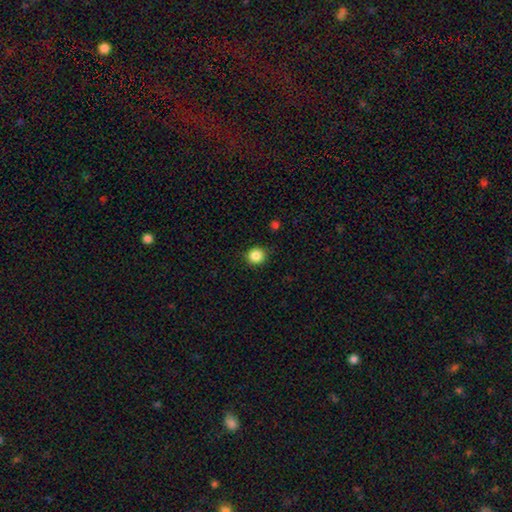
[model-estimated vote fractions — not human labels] This appears to be a smooth galaxy with no disk features (86%) that is round (91%). Merging: none (89%).